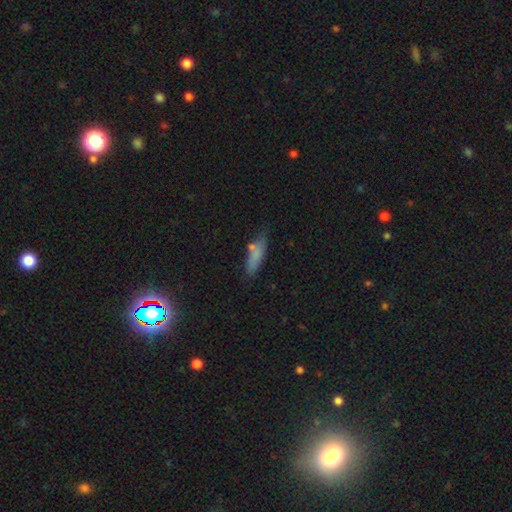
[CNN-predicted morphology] A smooth galaxy with no disk features (73%) that is cigar-shaped (56%). Merging: none (67%).